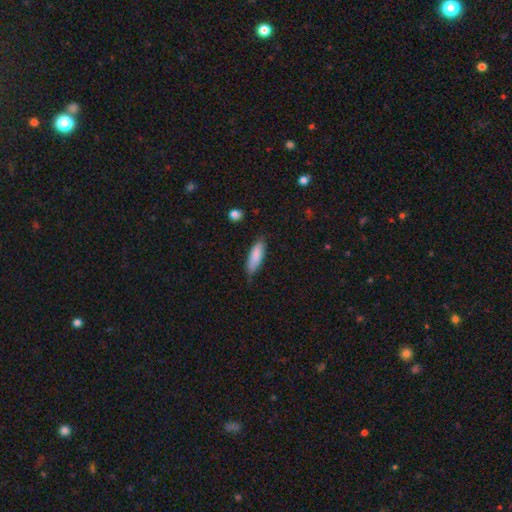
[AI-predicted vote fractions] A smooth galaxy with no disk features (86%) that is in between round and cigar-shaped (49%, tied with cigar-shaped).

Vote fractions:
- Smooth or featured? smooth: 86% / featured or disk: 9% / star or artifact: 6%
- How rounded? in between: 49% (tied) / cigar-shaped: 49% (tied) / round: 2%
- Merging? none: 76% / minor disturbance: 20% / major disturbance: 3% / merger: 1%